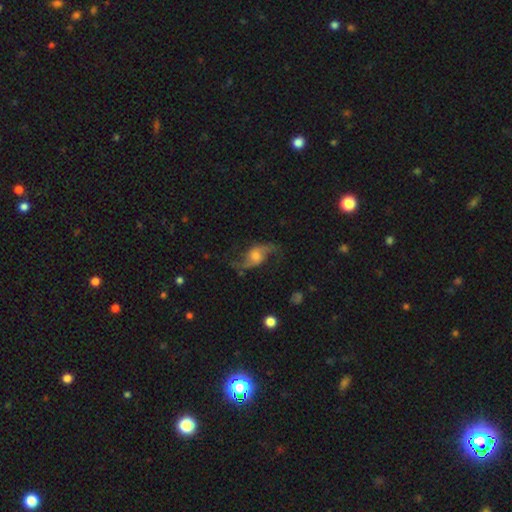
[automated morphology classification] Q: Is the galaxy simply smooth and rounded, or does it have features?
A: featured or disk — 80%.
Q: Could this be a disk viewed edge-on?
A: no — 94%.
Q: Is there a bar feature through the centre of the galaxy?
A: no — 55%.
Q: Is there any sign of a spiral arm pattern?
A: yes — 94%.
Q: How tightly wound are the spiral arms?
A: loose — 84%.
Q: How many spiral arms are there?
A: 2 — 93%.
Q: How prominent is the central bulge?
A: moderate — 52%.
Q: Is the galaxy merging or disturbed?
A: none — 69%.